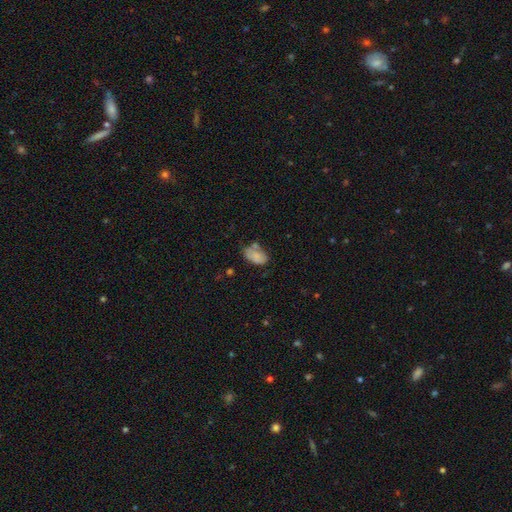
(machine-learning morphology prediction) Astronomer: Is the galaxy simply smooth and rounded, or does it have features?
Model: smooth — 77%.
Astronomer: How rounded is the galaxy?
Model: in between — 90%.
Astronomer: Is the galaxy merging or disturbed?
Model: none — 50% (runner-up: minor disturbance, 27%).